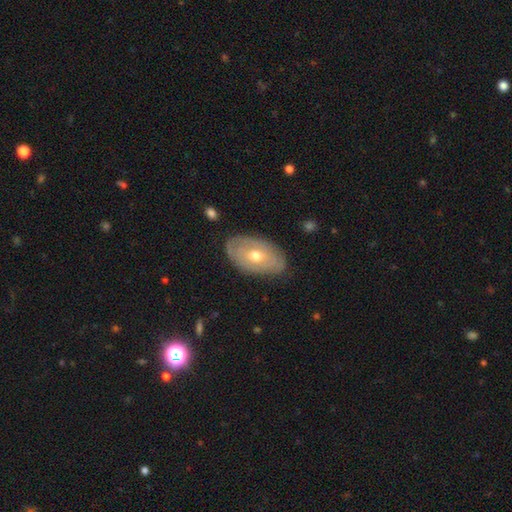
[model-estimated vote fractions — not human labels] Smooth or featured: featured or disk — 61% (smooth — 32%)
Edge-on disk: no — 90% (yes — 10%)
Bar: no — 83% (weak — 14%)
Spiral arms: no — 54% (yes — 46%)
Bulge size: moderate — 74% (small — 21%)
Merging: none — 79% (minor disturbance — 16%)